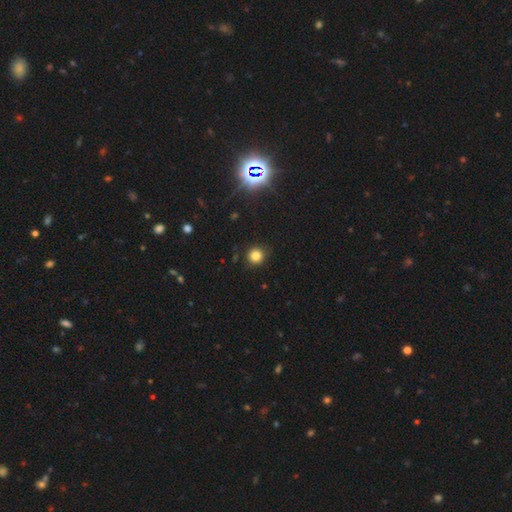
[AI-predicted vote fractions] The model was most divided on "smooth or featured": smooth: 81%, star or artifact: 14%, featured or disk: 5%. More confident: how rounded — round (93%); merging — none (89%).